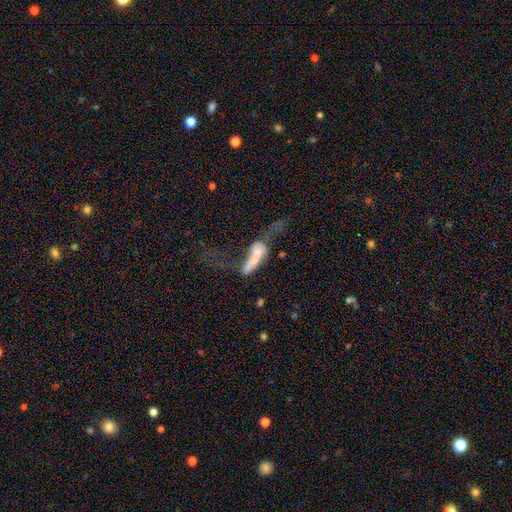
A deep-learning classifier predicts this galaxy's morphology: type=smooth (48%); merging=major disturbance (53%).